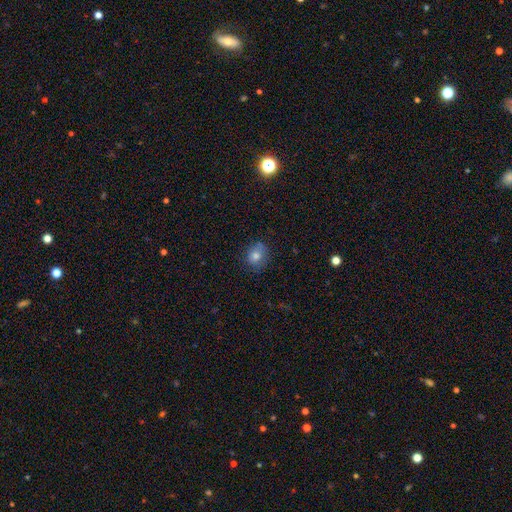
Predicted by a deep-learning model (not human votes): Smooth or featured? Predicted: smooth (p=0.75). How rounded? Predicted: round (p=0.67). Merging? Predicted: none (p=0.74).